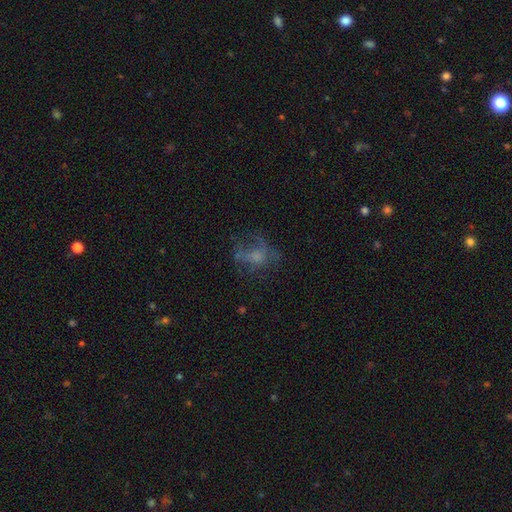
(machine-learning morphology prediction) featured or disk 42%, smooth 37%, star or artifact 21%. Down the decision tree: merging — none (46%).